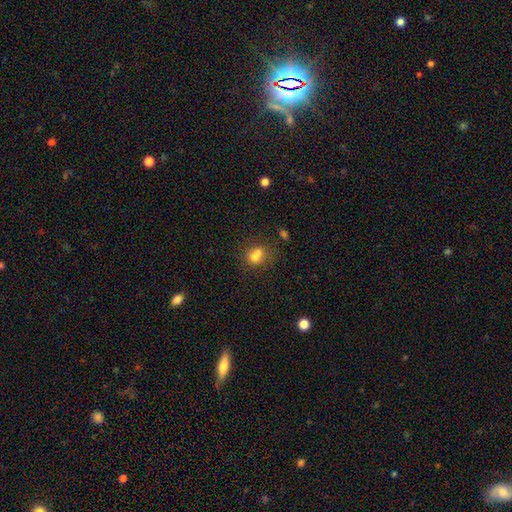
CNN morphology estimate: Overall: smooth (72%). How rounded: round (63%; in between 36%). Merging: merger (47%; none 36%).